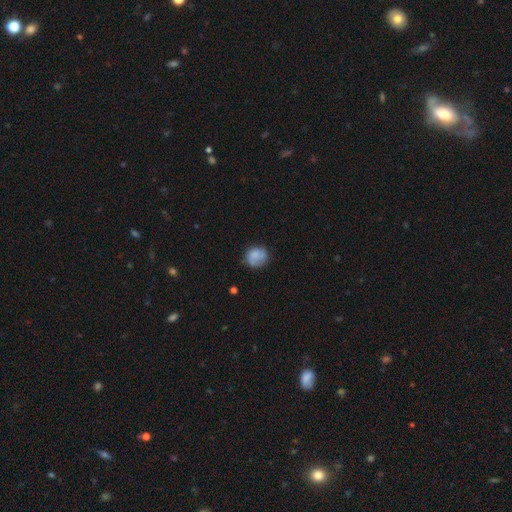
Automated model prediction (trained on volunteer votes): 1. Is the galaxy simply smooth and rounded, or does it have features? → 80% smooth, 12% featured or disk, 9% star or artifact.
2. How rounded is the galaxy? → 78% round, 21% in between, 1% cigar-shaped.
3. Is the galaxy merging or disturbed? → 67% none, 24% minor disturbance, 7% major disturbance, 2% merger.